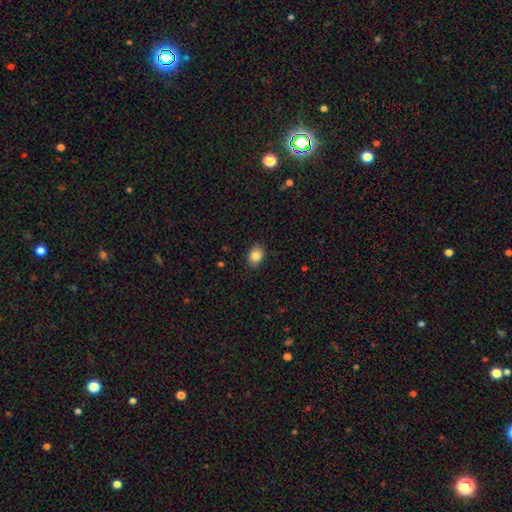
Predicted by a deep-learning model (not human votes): smooth 86%, star or artifact 9%, featured or disk 6%. Down the decision tree: how rounded — in between (68%); merging — none (88%).